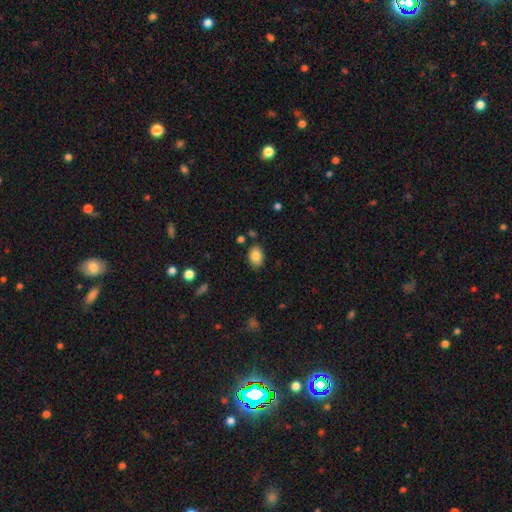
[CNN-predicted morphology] smooth_or_featured: smooth (p=0.85) [alt: star or artifact p=0.08]
how_rounded: in between (p=0.81) [alt: round p=0.18]
merging: none (p=0.83) [alt: minor disturbance p=0.12]